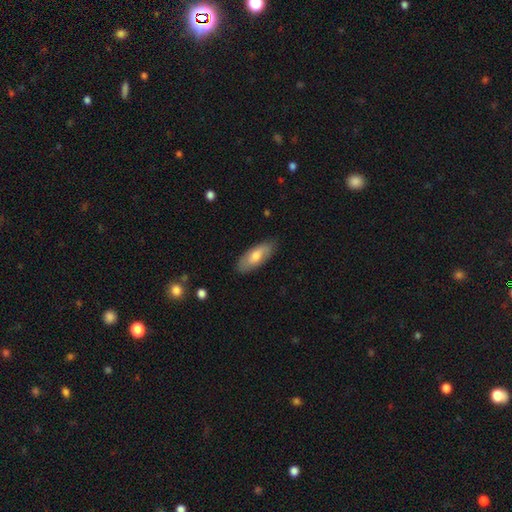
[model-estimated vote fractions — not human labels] Smooth or featured? Predicted: smooth (p=0.68). How rounded? Predicted: in between (p=0.79). Merging? Predicted: none (p=0.85).